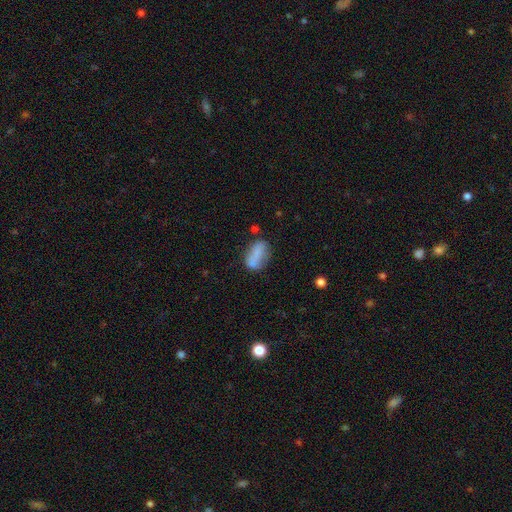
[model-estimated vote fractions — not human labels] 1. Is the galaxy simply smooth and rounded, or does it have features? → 73% smooth, 19% featured or disk, 9% star or artifact.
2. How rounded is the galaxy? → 85% in between, 9% round, 6% cigar-shaped.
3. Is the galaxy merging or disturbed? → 48% none, 23% minor disturbance, 19% merger, 10% major disturbance.